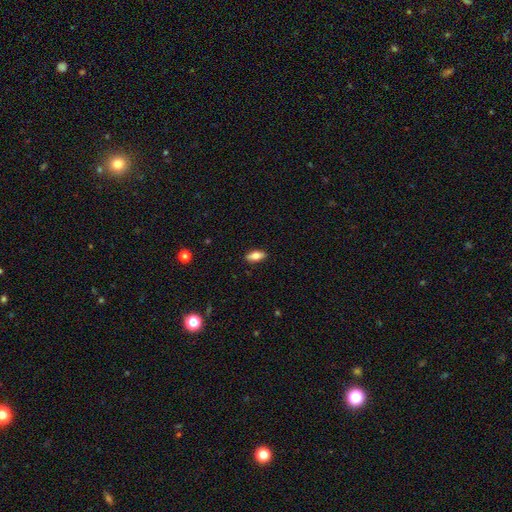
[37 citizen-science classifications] Smooth or featured? 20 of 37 (54%) said smooth. How rounded? 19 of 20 (95%) said in between. Merging? 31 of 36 (86%) said none.